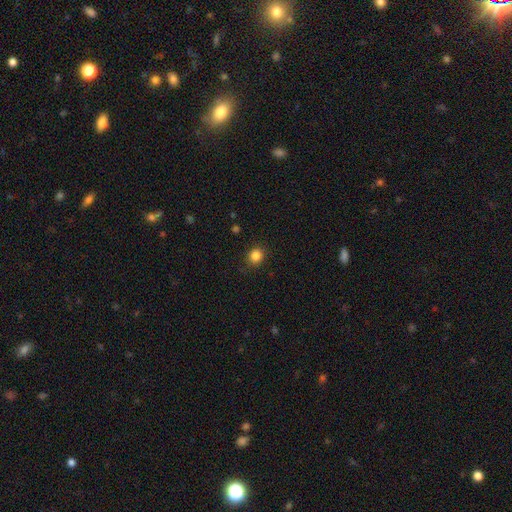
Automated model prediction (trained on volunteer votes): This appears to be a smooth galaxy with no disk features (84%) that is round (83%). Merging: none (88%).